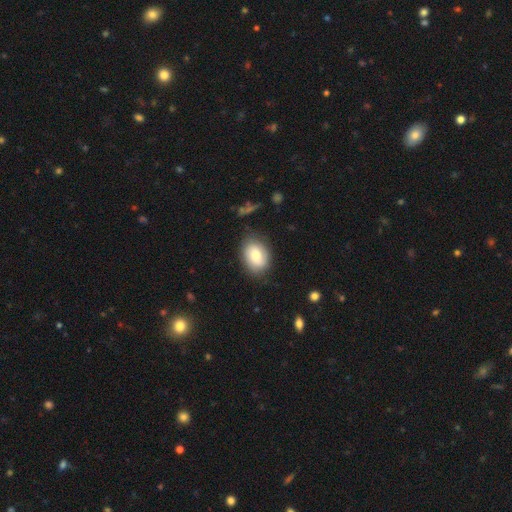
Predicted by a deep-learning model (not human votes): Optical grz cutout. It shows a smooth galaxy with no disk features (75%) that is in between round and cigar-shaped (77%). Merging: none (79%).